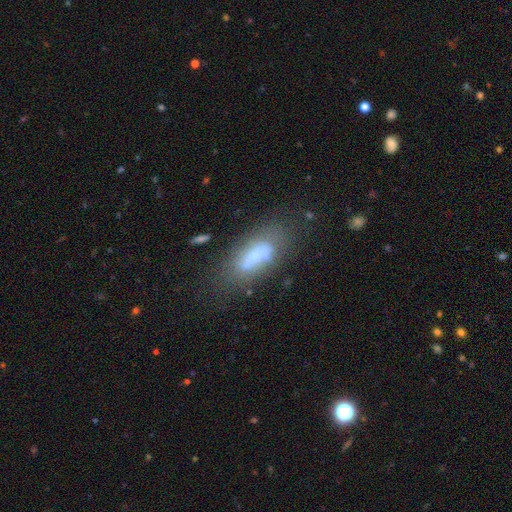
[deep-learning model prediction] This appears to be a smooth galaxy with no disk features (57%) that is in between round and cigar-shaped (74%). Merging: none (50%).